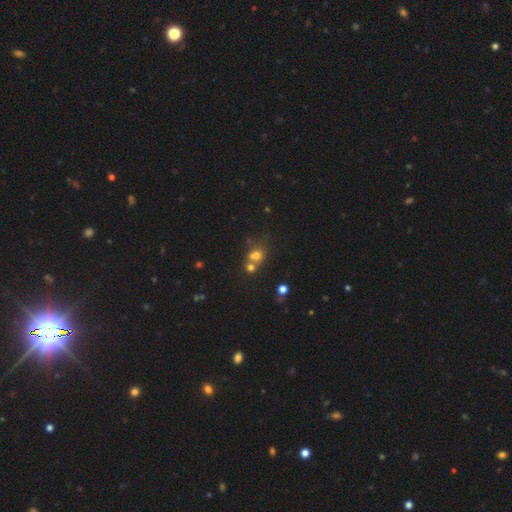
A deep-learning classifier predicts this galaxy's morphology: This appears to be a smooth galaxy with no disk features (65%) that is round (66%). Merging: merger (49%).